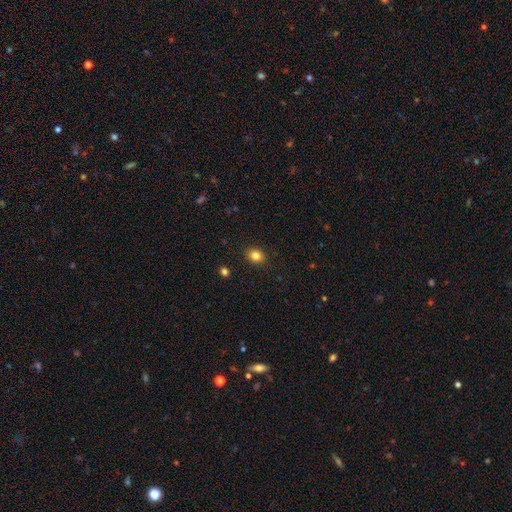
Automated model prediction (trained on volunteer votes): smooth-or-featured: smooth: 83% | star or artifact: 11% | featured or disk: 6%
  how-rounded: round: 52% | in between: 47% | cigar-shaped: 1%
  merging: none: 90% | minor disturbance: 7% | major disturbance: 2% | merger: 1%